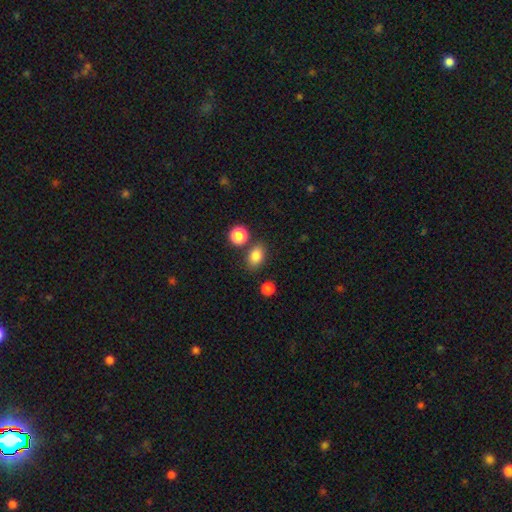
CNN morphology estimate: smooth-or-featured: smooth: 84% | star or artifact: 10% | featured or disk: 6%
  how-rounded: in between: 73% | round: 25% | cigar-shaped: 2%
  merging: none: 74% | minor disturbance: 12% | merger: 10% | major disturbance: 3%